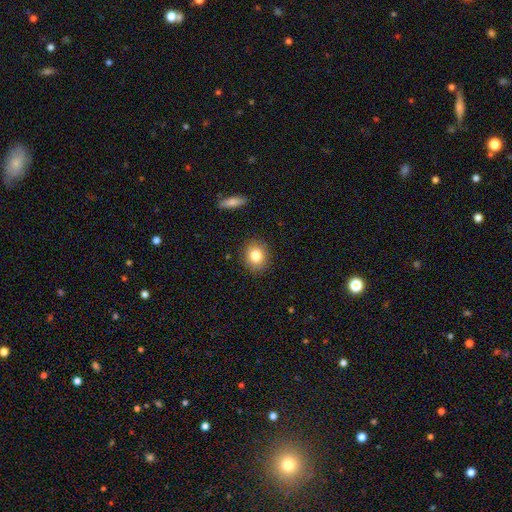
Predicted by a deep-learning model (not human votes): Morphology: type=smooth (82%); roundness=round (71%); merging=none (88%).